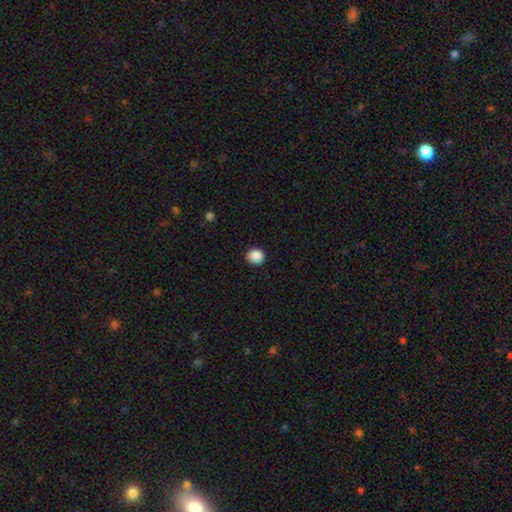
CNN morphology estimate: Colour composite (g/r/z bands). It shows a smooth galaxy with no disk features (88%) that is round (86%). Merging: none (91%).